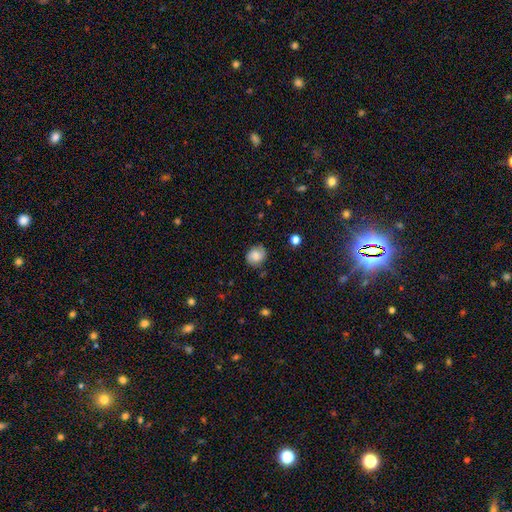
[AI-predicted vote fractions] The model was most divided on "how rounded": round: 65%, in between: 34%, cigar-shaped: 1%. More confident: merging — none (77%); smooth or featured — smooth (63%).